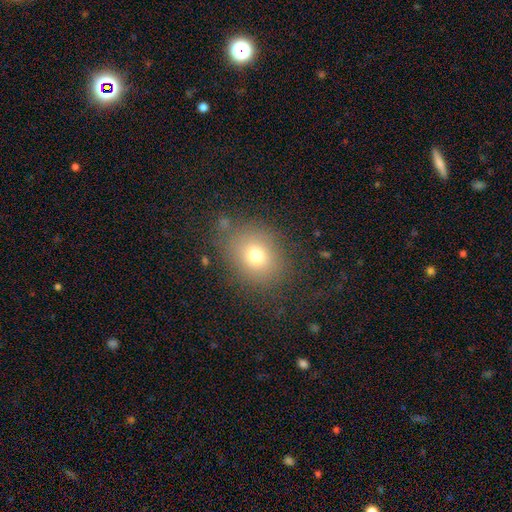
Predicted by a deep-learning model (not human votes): This is likely a smooth galaxy (73%). How rounded: possibly round (55%). Merging: likely none (78%).